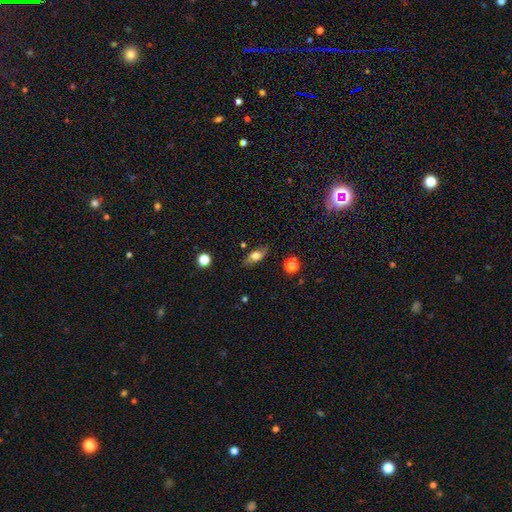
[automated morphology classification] Q: Smooth or featured?
A: smooth (67%); runner-up: featured or disk (24%)
Q: How rounded?
A: in between (77%); runner-up: cigar-shaped (15%)
Q: Merging?
A: none (78%); runner-up: minor disturbance (16%)